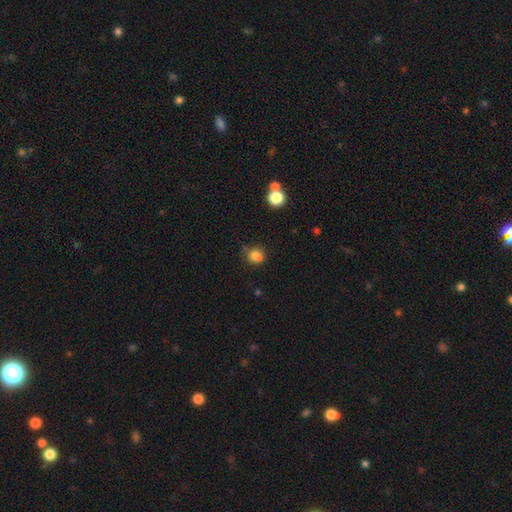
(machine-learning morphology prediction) Overall: smooth (81%). How rounded: round (68%; in between 31%). Merging: none (61%; minor disturbance 23%).